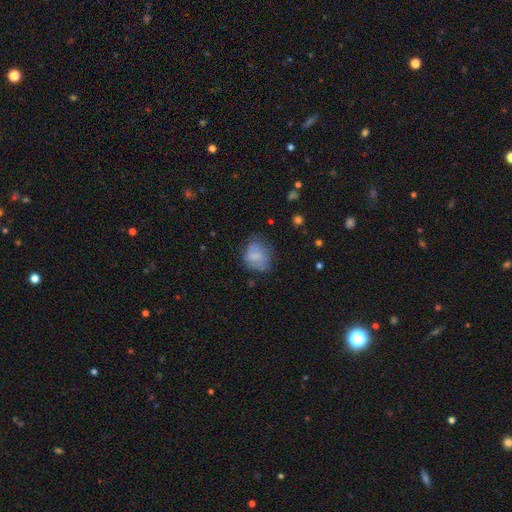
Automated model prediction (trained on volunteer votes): Smooth or featured?
  - smooth: 67% *
  - featured or disk: 24%
  - star or artifact: 9%
How rounded?
  - round: 57% *
  - in between: 42%
  - cigar-shaped: 1%
Merging?
  - none: 53% *
  - minor disturbance: 29%
  - major disturbance: 15%
  - merger: 3%